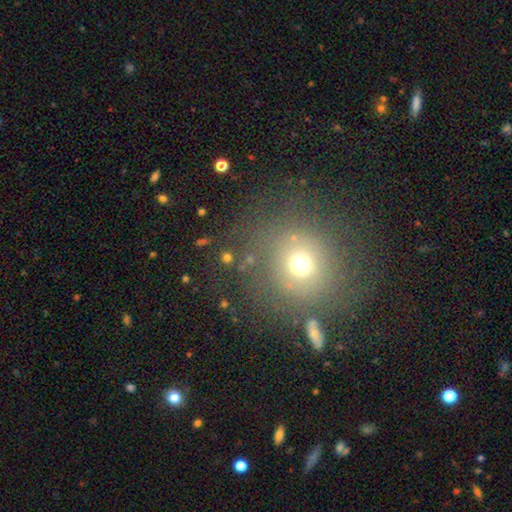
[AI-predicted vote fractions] Smooth or featured?
  - smooth: 57% *
  - star or artifact: 27%
  - featured or disk: 16%
How rounded?
  - round: 91% *
  - in between: 8%
  - cigar-shaped: 1%
Merging?
  - none: 80% *
  - minor disturbance: 10%
  - major disturbance: 5%
  - merger: 5%